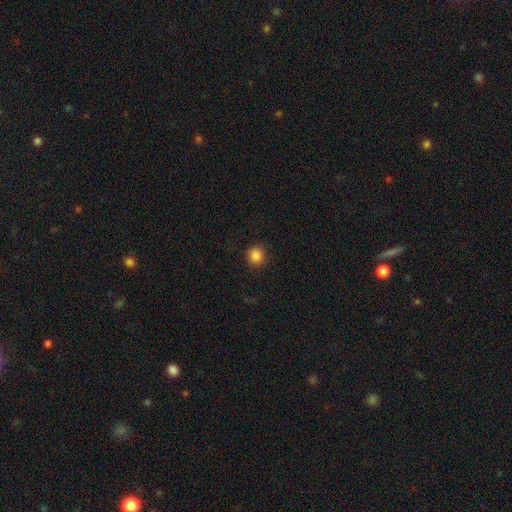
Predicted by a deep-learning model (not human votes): smooth 86%, star or artifact 11%, featured or disk 3%. Down the decision tree: how rounded — round (92%); merging — none (91%).